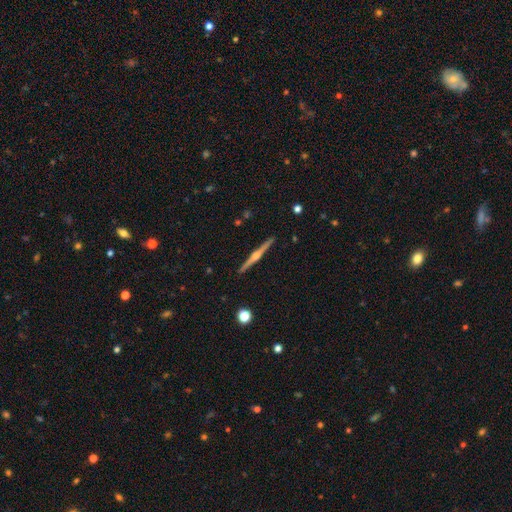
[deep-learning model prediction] Smooth or featured: featured or disk — 83% (smooth — 12%)
Edge-on disk: yes — 99% (no — 1%)
Edge-on bulge: rounded — 91% (boxy — 5%)
Merging: none — 93% (minor disturbance — 5%)